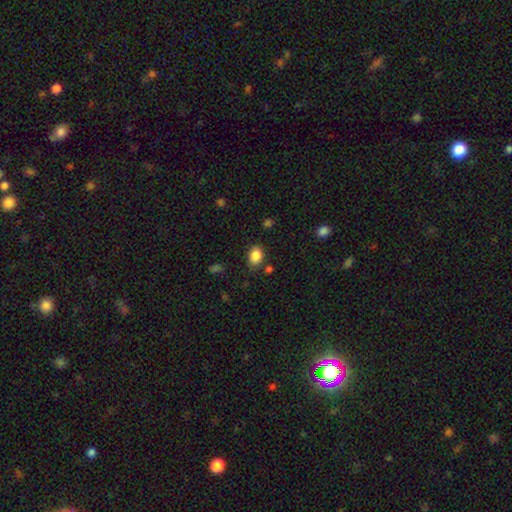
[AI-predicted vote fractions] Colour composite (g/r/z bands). It shows a smooth galaxy with no disk features (87%) that is in between round and cigar-shaped (73%). Merging: none (82%).